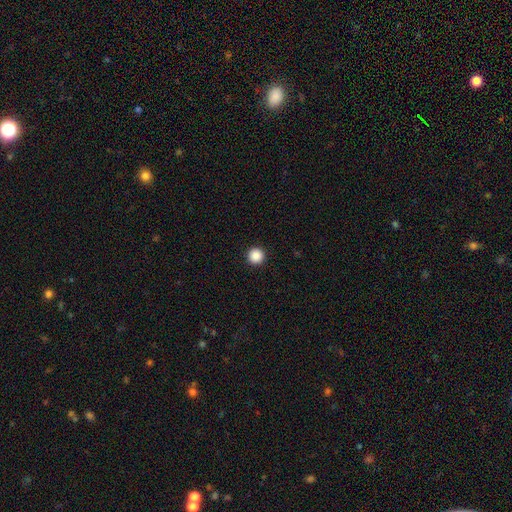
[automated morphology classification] type=smooth (88%); roundness=round (97%); merging=none (94%).